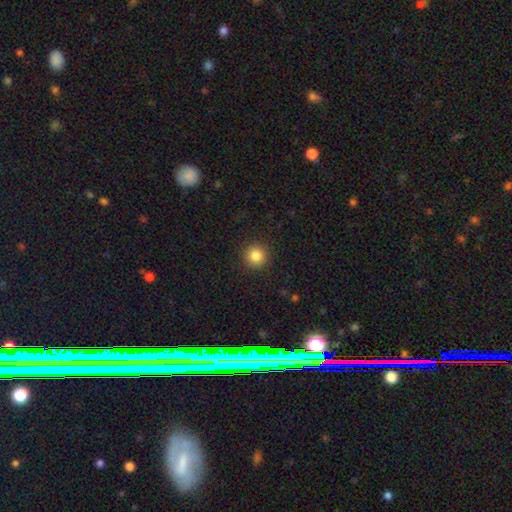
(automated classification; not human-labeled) A smooth galaxy with no disk features (84%) that is round (94%).

Vote fractions:
- Smooth or featured? smooth: 84% / star or artifact: 11% / featured or disk: 5%
- How rounded? round: 94% / in between: 5% / cigar-shaped: 1%
- Merging? none: 92% / minor disturbance: 5% / major disturbance: 2% / merger: 1%